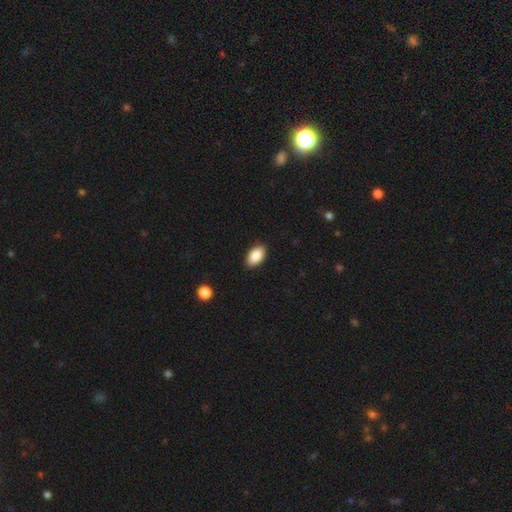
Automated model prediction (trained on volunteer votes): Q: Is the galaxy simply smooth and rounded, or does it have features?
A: smooth — 88%.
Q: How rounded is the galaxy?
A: in between — 94%.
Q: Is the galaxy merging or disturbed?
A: none — 88%.